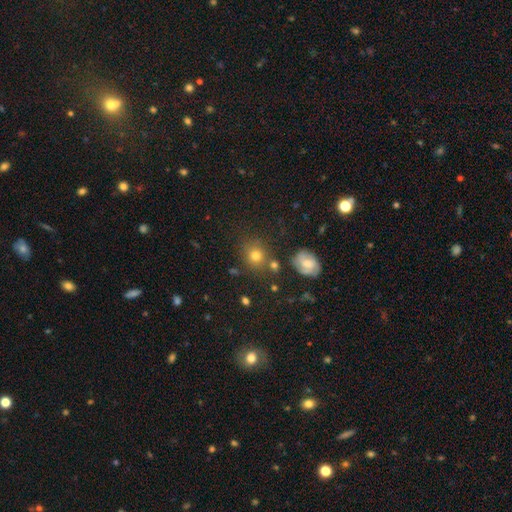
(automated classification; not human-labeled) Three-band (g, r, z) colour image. It shows a smooth galaxy with no disk features (73%) that is round (76%). Merging: none (73%).